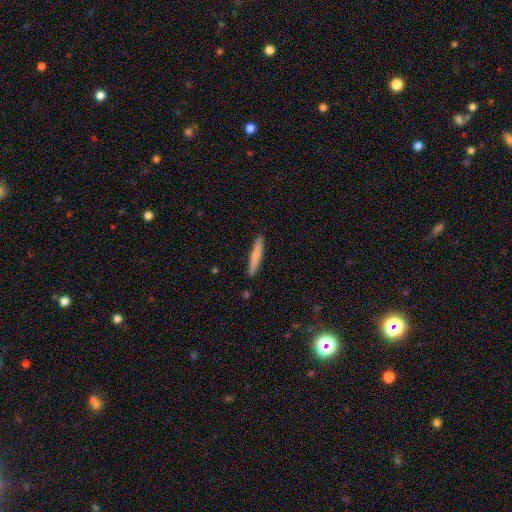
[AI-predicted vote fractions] Smooth or featured? Predicted: smooth (p=0.71). How rounded? Predicted: cigar-shaped (p=0.94). Merging? Predicted: none (p=0.90).